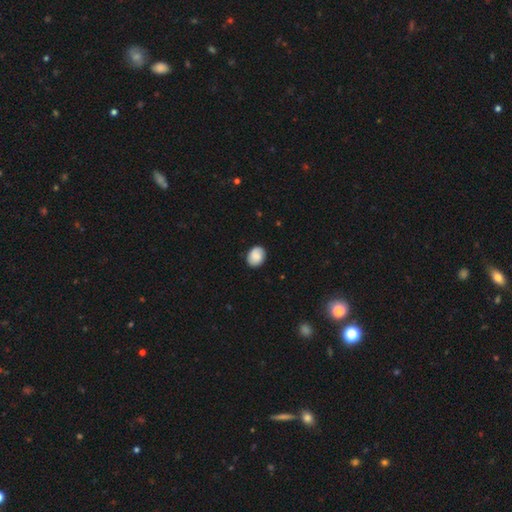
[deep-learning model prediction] A smooth galaxy with no disk features (83%) that is round (51%).

Vote fractions:
- Smooth or featured? smooth: 83% / featured or disk: 9% / star or artifact: 7%
- How rounded? round: 51% / in between: 48% / cigar-shaped: 1%
- Merging? none: 85% / minor disturbance: 11% / major disturbance: 2% / merger: 1%